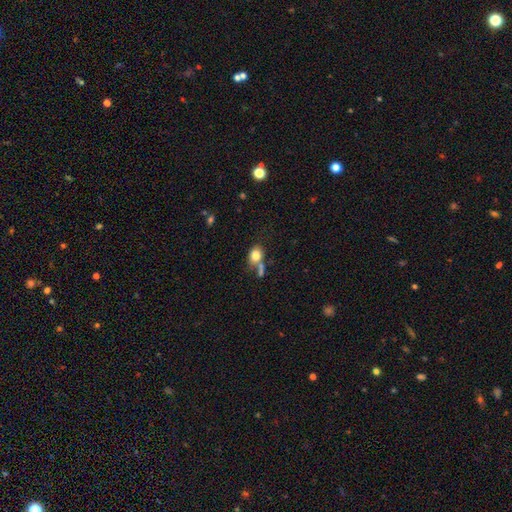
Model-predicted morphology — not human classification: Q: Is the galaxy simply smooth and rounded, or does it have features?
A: smooth — 80%.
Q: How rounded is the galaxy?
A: round — 49%, tied with in between.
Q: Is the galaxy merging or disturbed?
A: none — 45%.